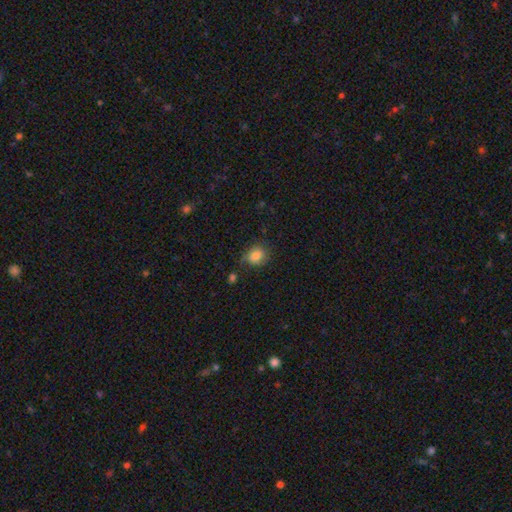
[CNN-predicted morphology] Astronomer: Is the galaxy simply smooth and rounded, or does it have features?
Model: smooth — 72%.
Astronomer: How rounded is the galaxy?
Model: round — 66%.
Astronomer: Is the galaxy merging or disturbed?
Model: none — 57%.